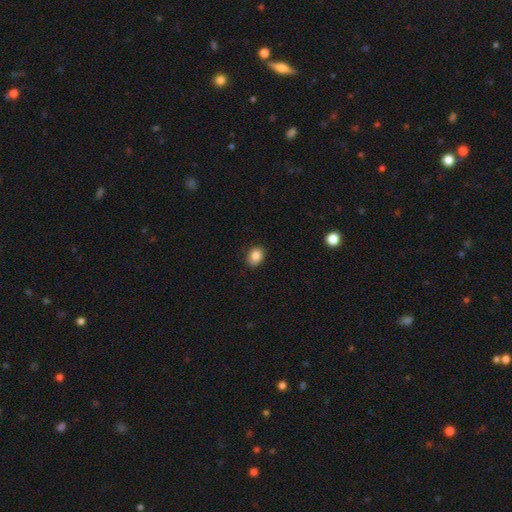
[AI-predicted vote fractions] Smooth or featured? smooth (86%)
How rounded? in between (56%)
Merging? none (87%)